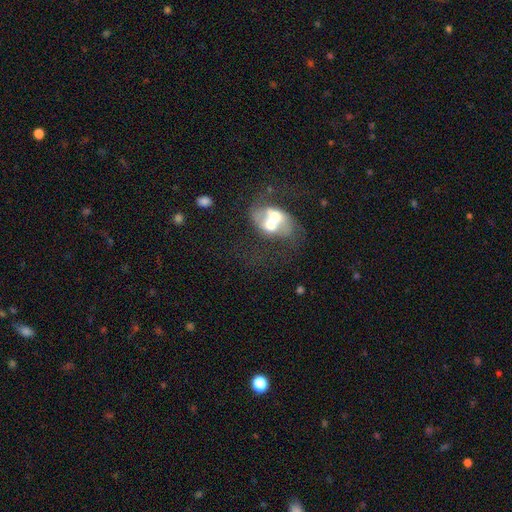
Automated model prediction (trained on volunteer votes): featured or disk 70%, smooth 15%, star or artifact 15%. Down the decision tree: edge-on disk — no (97%); bar — no (43%); spiral arms — yes (81%); spiral arm count — 2 (83%); spiral winding — loose (47%); bulge size — moderate (44%); merging — none (50%).